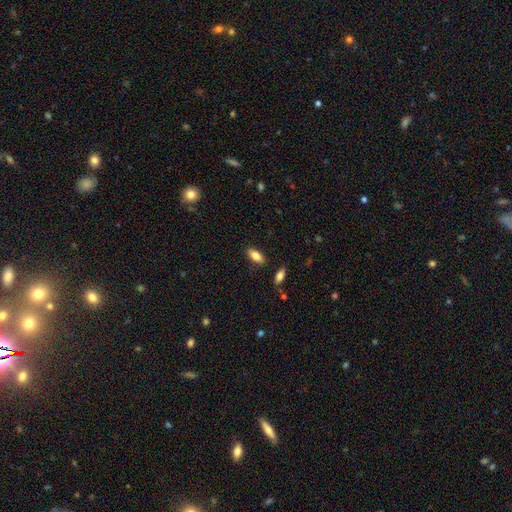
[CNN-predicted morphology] Smooth or featured?
  - smooth: 82% *
  - featured or disk: 11%
  - star or artifact: 7%
How rounded?
  - in between: 86% *
  - cigar-shaped: 12%
  - round: 2%
Merging?
  - none: 86% *
  - minor disturbance: 10%
  - major disturbance: 2%
  - merger: 2%